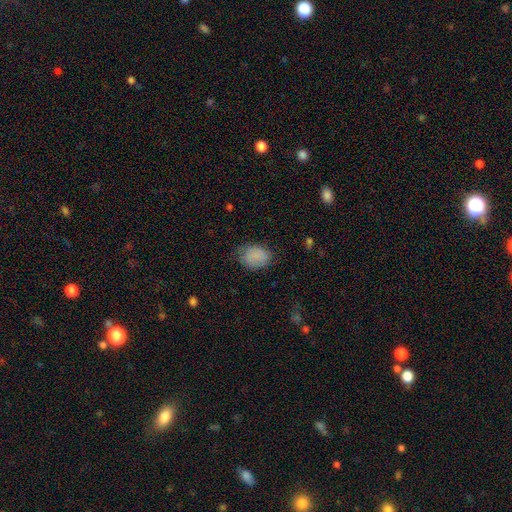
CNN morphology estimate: type=smooth (85%); roundness=in between (69%); merging=none (67%).